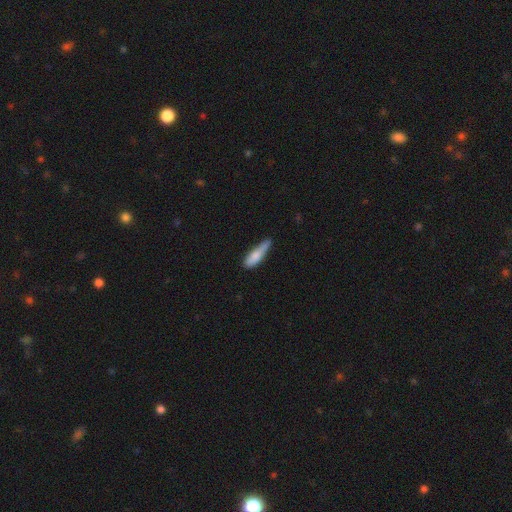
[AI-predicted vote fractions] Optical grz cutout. It shows a smooth galaxy with no disk features (76%) that is cigar-shaped (73%). Merging: none (50%).